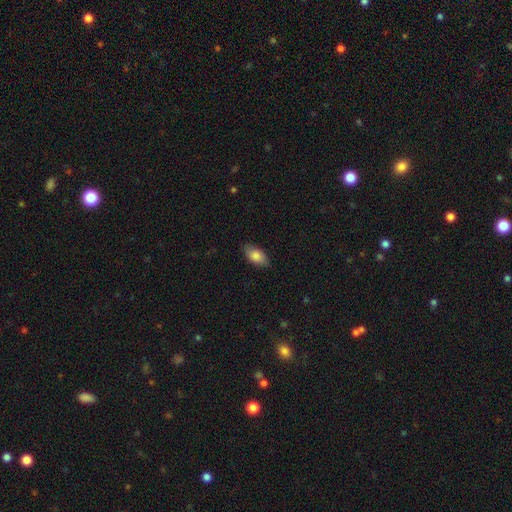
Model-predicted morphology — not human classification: Smooth or featured? Predicted: smooth (p=0.82). How rounded? Predicted: in between (p=0.92). Merging? Predicted: none (p=0.83).